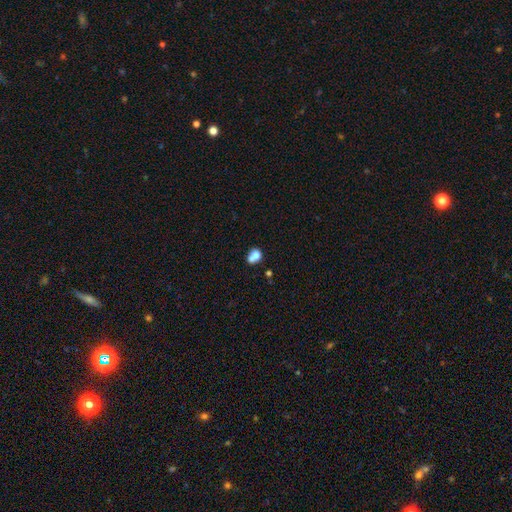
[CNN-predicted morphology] A smooth galaxy with no disk features (73%) that is round (52%).

Vote fractions:
- Smooth or featured? smooth: 73% / featured or disk: 15% / star or artifact: 11%
- How rounded? round: 52% / in between: 47% / cigar-shaped: 1%
- Merging? merger: 45% / none: 33% / minor disturbance: 14% / major disturbance: 8%